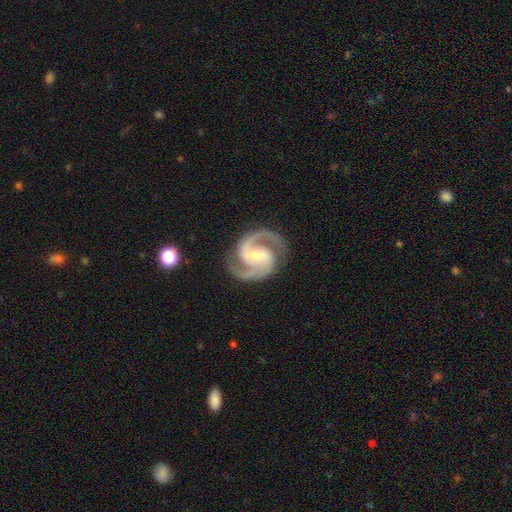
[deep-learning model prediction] The model was most divided on "bar": weak: 42%, strong: 41%, no: 17%. More confident: spiral arms — yes (99%); edge-on disk — no (98%); smooth or featured — featured or disk (93%); spiral arm count — 2 (91%); merging — none (83%); bulge size — small (61%); spiral winding — medium (60%).